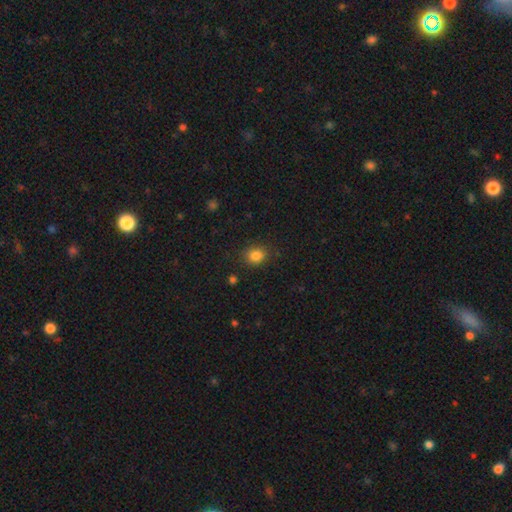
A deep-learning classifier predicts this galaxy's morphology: This appears to be a smooth galaxy with no disk features (84%) that is round (65%). Merging: none (83%).